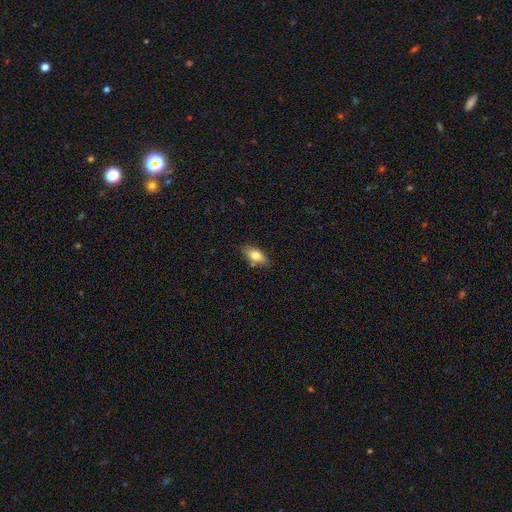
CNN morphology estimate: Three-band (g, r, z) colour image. It shows a smooth galaxy with no disk features (81%) that is in between round and cigar-shaped (88%). Merging: none (77%).